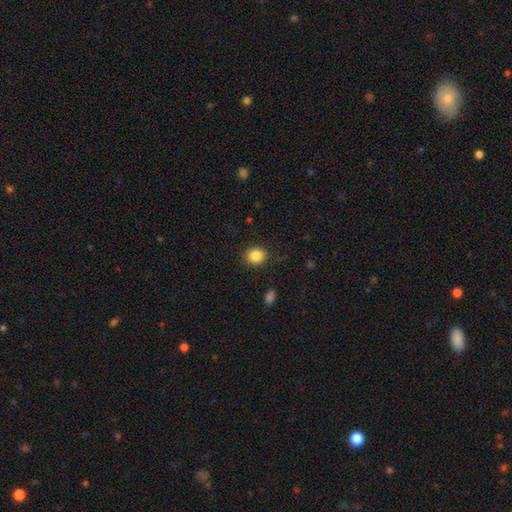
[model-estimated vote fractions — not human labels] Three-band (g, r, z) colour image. It shows a smooth galaxy with no disk features (86%) that is round (74%). Merging: none (88%).